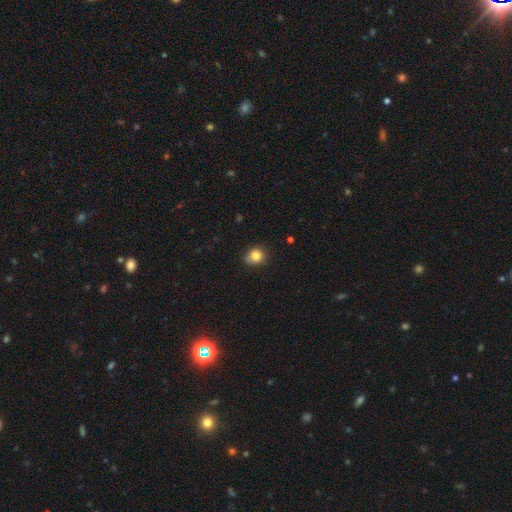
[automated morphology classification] A smooth galaxy with no disk features (84%) that is round (72%).

Vote fractions:
- Smooth or featured? smooth: 84% / star or artifact: 10% / featured or disk: 6%
- How rounded? round: 72% / in between: 27% / cigar-shaped: 1%
- Merging? none: 75% / minor disturbance: 20% / major disturbance: 3% / merger: 1%